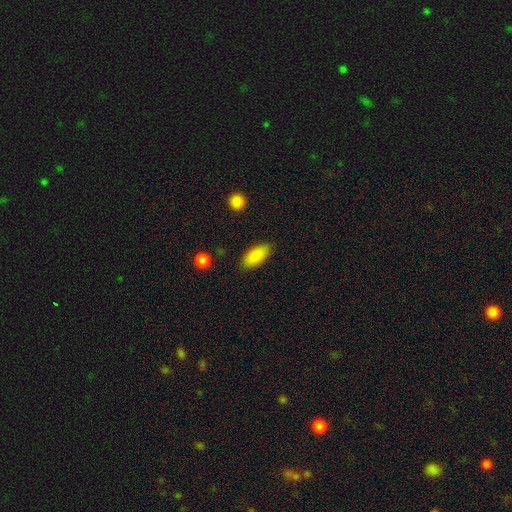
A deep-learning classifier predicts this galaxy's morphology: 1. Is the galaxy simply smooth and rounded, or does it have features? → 88% smooth, 7% star or artifact, 5% featured or disk.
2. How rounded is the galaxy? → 88% in between, 10% cigar-shaped, 2% round.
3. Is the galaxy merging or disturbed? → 85% none, 11% minor disturbance, 3% major disturbance, 1% merger.